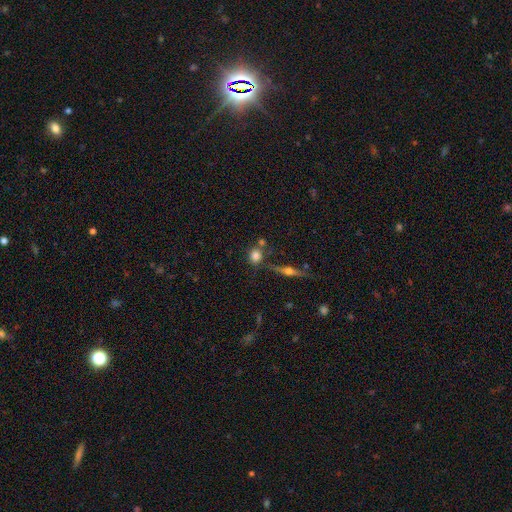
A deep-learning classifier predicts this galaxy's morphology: A smooth galaxy with no disk features (77%) that is round (74%). Merging: none (66%).